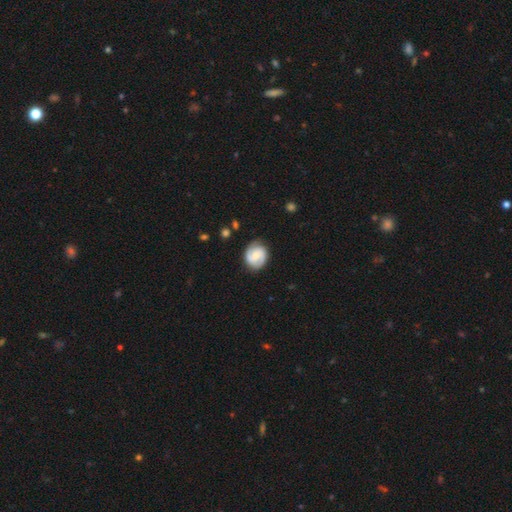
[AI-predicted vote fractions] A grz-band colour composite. It shows a featured or disk galaxy (60%) with no bar (50%), 2 (85%) medium (42%) spiral arms (89%) and a moderate central bulge (47%). Merging: none (81%).